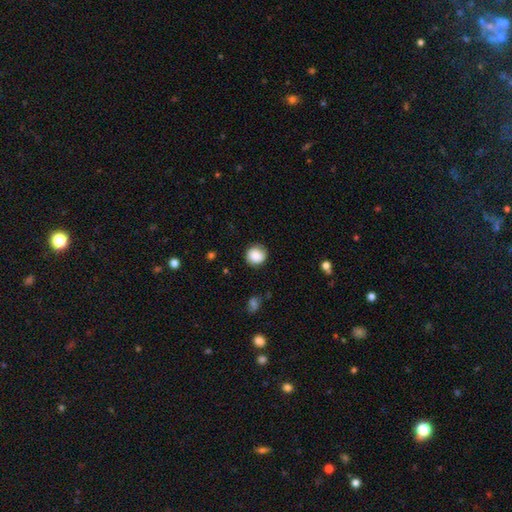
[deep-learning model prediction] smooth-or-featured: smooth: 84% | featured or disk: 8% | star or artifact: 8%
  how-rounded: round: 90% | in between: 9% | cigar-shaped: 1%
  merging: none: 82% | minor disturbance: 13% | major disturbance: 4% | merger: 1%